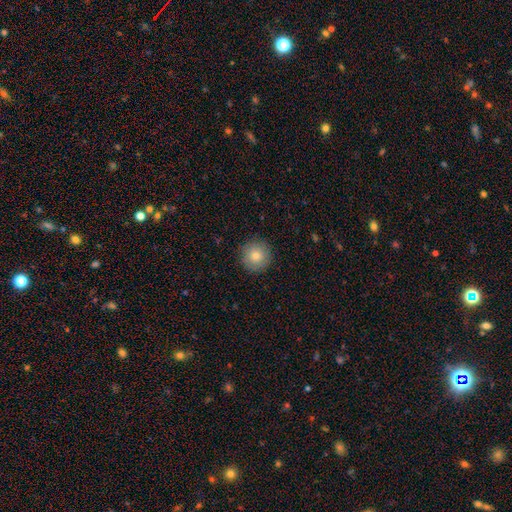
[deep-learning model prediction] Smooth or featured? smooth (78%)
How rounded? round (96%)
Merging? none (91%)